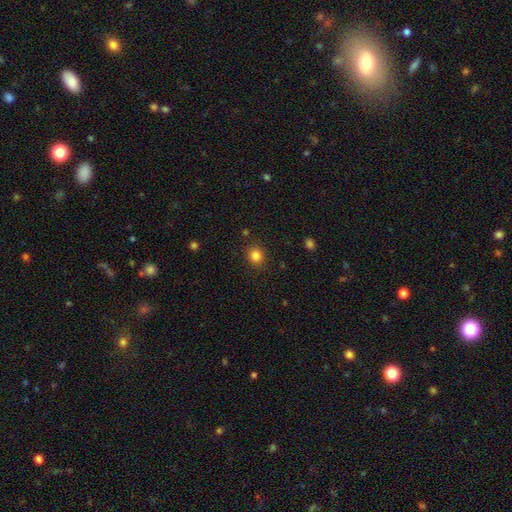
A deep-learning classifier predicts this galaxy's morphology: This is clearly a smooth galaxy (84%). How rounded: likely round (80%). Merging: clearly none (89%).